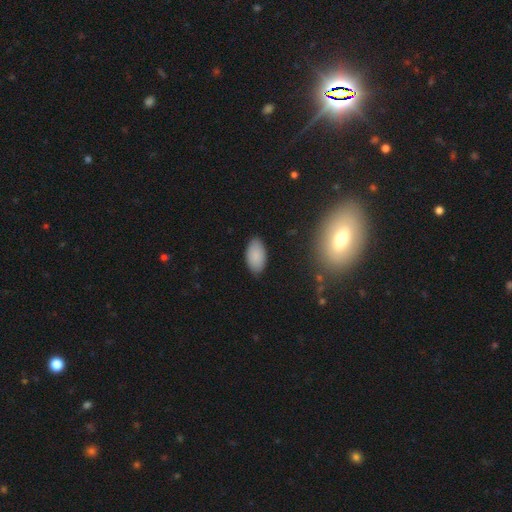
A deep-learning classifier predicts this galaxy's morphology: Smooth or featured: smooth — 87% (star or artifact — 7%)
How rounded: in between — 95% (round — 3%)
Merging: none — 85% (minor disturbance — 11%)